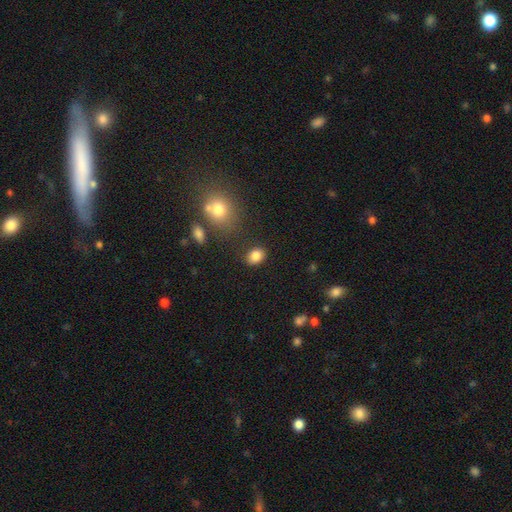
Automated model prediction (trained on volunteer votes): smooth 85%, star or artifact 10%, featured or disk 6%. Down the decision tree: how rounded — in between (64%); merging — none (83%).